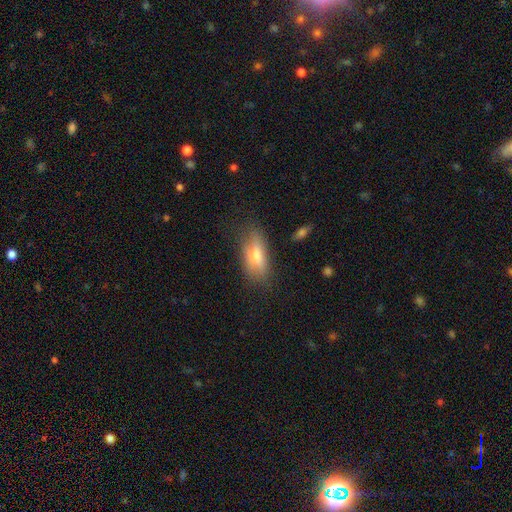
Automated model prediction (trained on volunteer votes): Smooth or featured?
  - smooth: 64% *
  - featured or disk: 27%
  - star or artifact: 9%
How rounded?
  - in between: 76% *
  - cigar-shaped: 20%
  - round: 4%
Merging?
  - none: 68% *
  - minor disturbance: 23%
  - major disturbance: 8%
  - merger: 2%